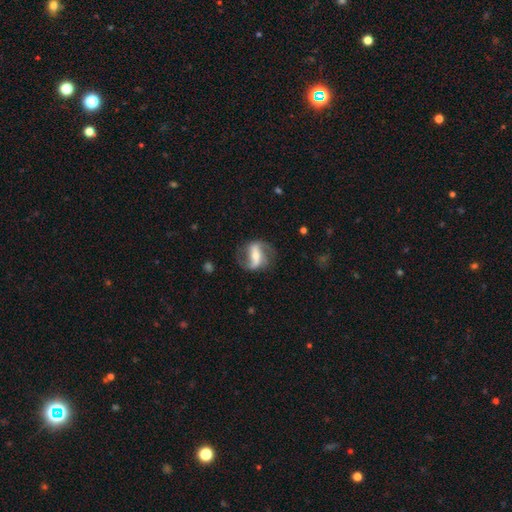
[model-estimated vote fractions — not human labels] A featured or disk galaxy (80%) with a strong bar (62%), 2 (88%) loose (55%) spiral arms (89%) and a moderate central bulge (48%).

Vote fractions:
- Smooth or featured? featured or disk: 80% / smooth: 14% / star or artifact: 6%
- Edge-on disk? no: 92% / yes: 8%
- Bar? strong: 62% / weak: 25% / no: 13%
- Spiral arms? yes: 89% / no: 11%
- Spiral winding? loose: 55% / medium: 33% / tight: 12%
- Spiral arm count? 2: 88% / can't tell: 4% / 1: 4% / 3: 1% / 4: 1% / more than 4: 1%
- Bulge size? moderate: 48% / small: 40% / large: 6% / none: 4% / dominant: 2%
- Merging? none: 73% / minor disturbance: 16% / major disturbance: 10% / merger: 2%